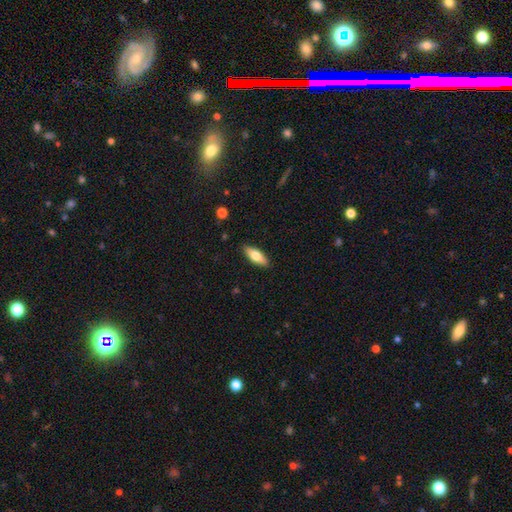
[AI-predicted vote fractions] Smooth or featured? smooth (70%)
How rounded? in between (66%)
Merging? none (89%)